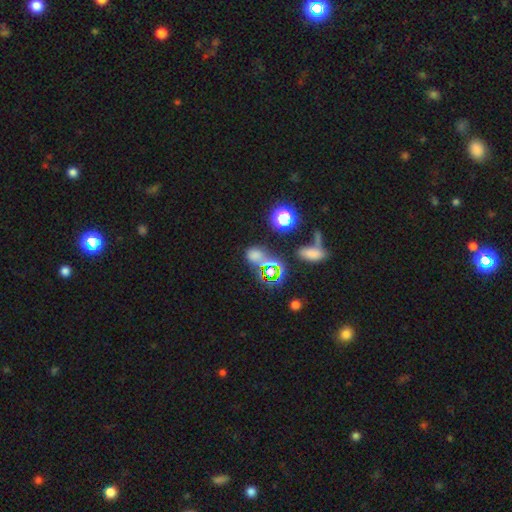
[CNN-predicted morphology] This appears to be a smooth galaxy with no disk features (51%) that is round (51%). Merging: none (57%).